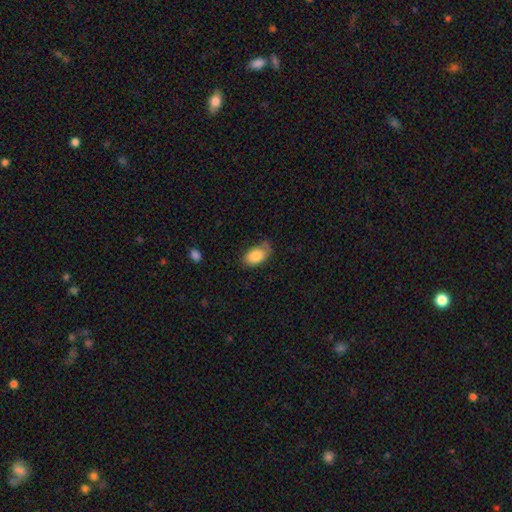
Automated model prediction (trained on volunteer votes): The model was most divided on "merging": none: 59%, minor disturbance: 30%, major disturbance: 8%, merger: 3%. More confident: how rounded — in between (92%); smooth or featured — smooth (84%).